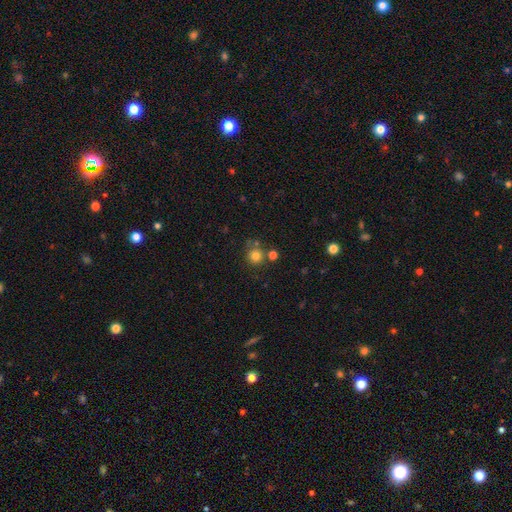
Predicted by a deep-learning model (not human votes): A smooth galaxy with no disk features (78%) that is round (92%). Merging: none (71%).